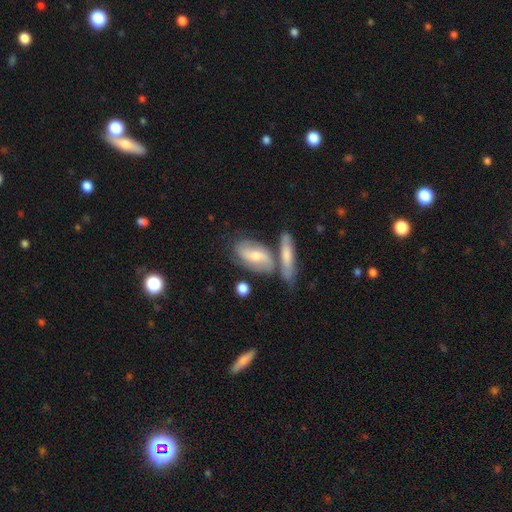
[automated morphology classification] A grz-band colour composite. It shows a featured or disk galaxy (61%) with a weak bar (44%), spiral arms (85%) and a moderate central bulge (49%). Merging: none (47%).